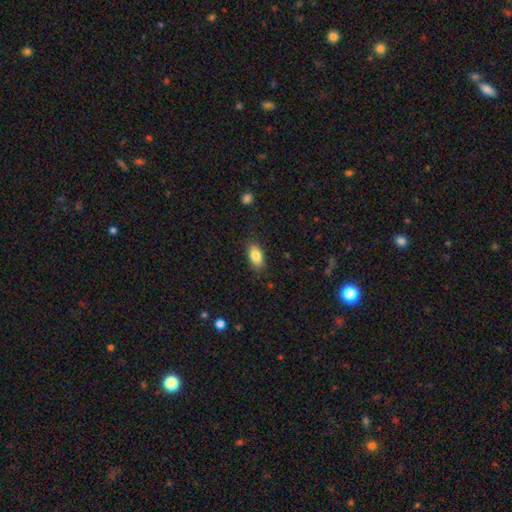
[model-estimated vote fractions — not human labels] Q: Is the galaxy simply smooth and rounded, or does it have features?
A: smooth — 85%.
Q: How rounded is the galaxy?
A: in between — 91%.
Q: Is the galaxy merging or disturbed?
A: none — 85%.